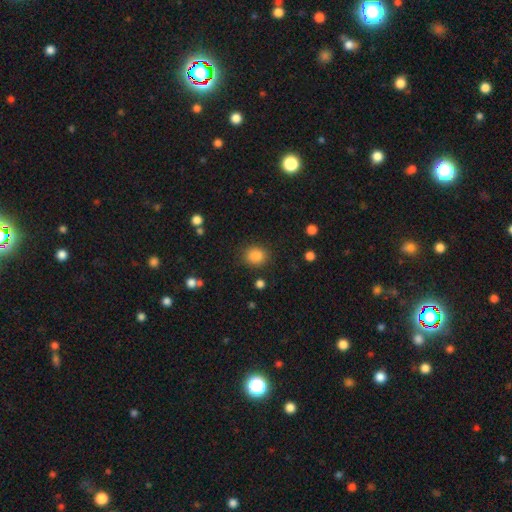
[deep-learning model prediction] A smooth galaxy with no disk features (86%) that is round (75%).

Vote fractions:
- Smooth or featured? smooth: 86% / star or artifact: 10% / featured or disk: 4%
- How rounded? round: 75% / in between: 24% / cigar-shaped: 1%
- Merging? none: 85% / minor disturbance: 9% / major disturbance: 4% / merger: 2%